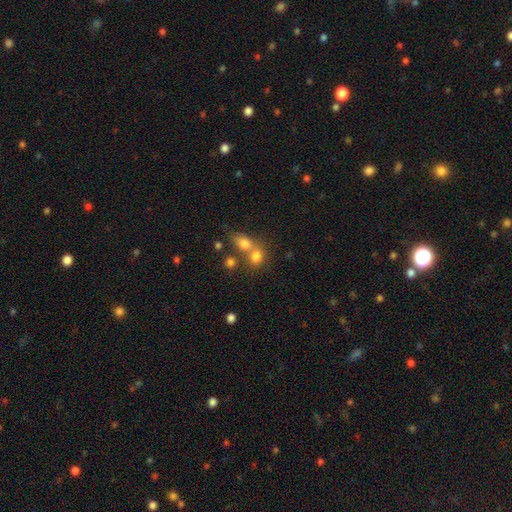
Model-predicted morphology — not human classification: Q: Smooth or featured?
A: smooth (75%); runner-up: star or artifact (13%)
Q: How rounded?
A: round (52%); runner-up: in between (46%)
Q: Merging?
A: merger (53%); runner-up: none (35%)